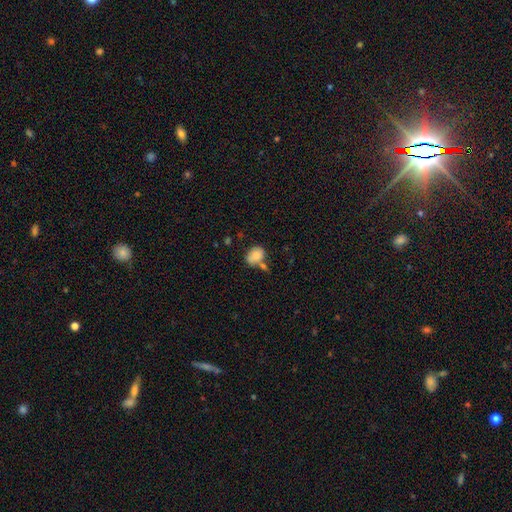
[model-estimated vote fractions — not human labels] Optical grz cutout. It shows a smooth galaxy with no disk features (82%) that is in between round and cigar-shaped (69%). Merging: none (45%).